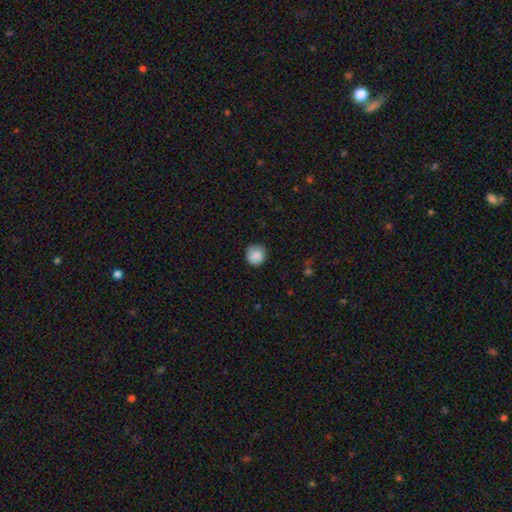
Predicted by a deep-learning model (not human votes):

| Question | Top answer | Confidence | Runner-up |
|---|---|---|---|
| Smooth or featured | smooth | 86% | star or artifact (8%) |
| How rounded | round | 91% | in between (8%) |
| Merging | none | 79% | minor disturbance (16%) |